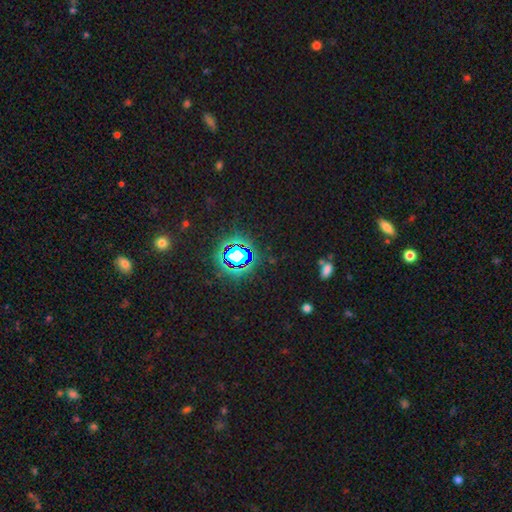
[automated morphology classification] star or artifact 80%, smooth 13%, featured or disk 7%.